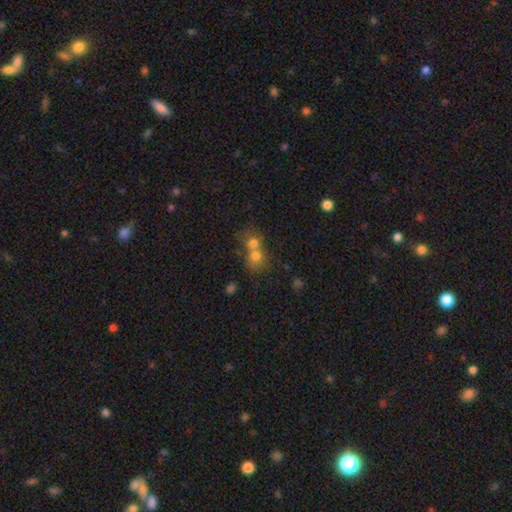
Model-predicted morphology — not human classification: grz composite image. It shows a smooth galaxy with no disk features (71%) that is round (70%). Merging: merger (67%).